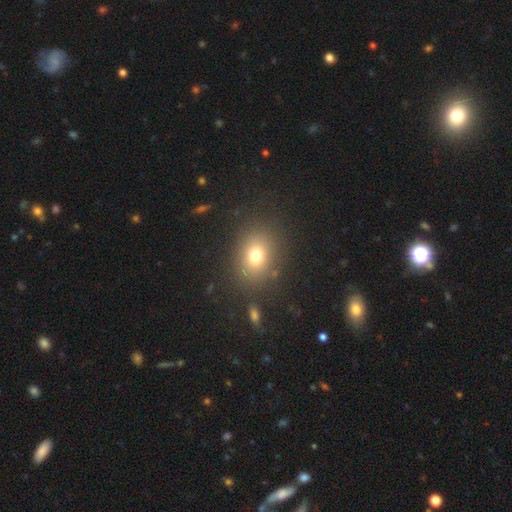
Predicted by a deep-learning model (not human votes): Smooth or featured? smooth (74%)
How rounded? in between (51%)
Merging? none (83%)